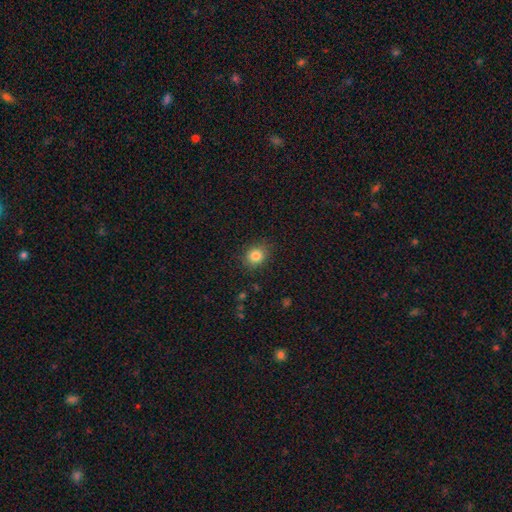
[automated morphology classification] smooth_or_featured: smooth (p=0.83) [alt: star or artifact p=0.11]
how_rounded: round (p=0.65) [alt: in between p=0.34]
merging: none (p=0.85) [alt: minor disturbance p=0.11]